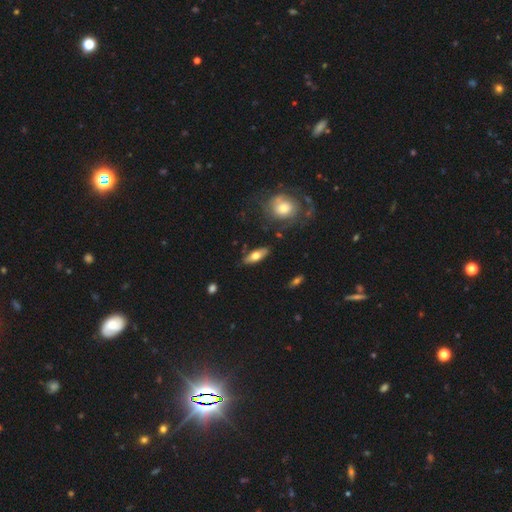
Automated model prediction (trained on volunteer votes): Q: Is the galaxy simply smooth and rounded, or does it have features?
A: smooth — 61%.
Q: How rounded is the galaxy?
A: in between — 68%.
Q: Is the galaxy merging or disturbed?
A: none — 82%.